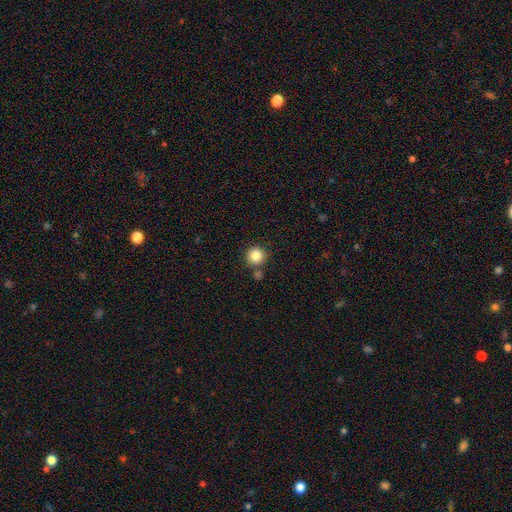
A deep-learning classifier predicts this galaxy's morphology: Overall: smooth (85%). How rounded: round (94%). Merging: none (79%).